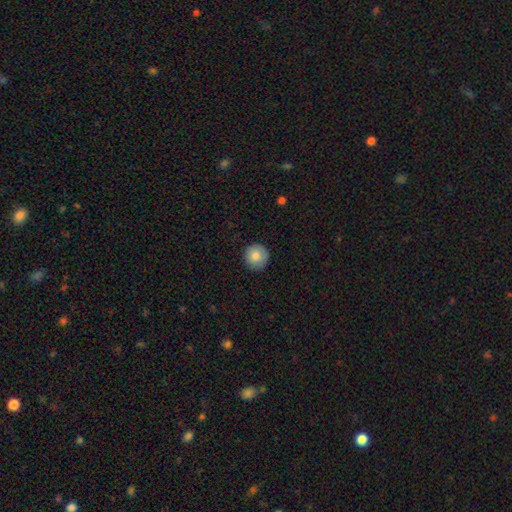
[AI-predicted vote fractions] Morphology: type=smooth (84%); roundness=round (95%); merging=none (89%).